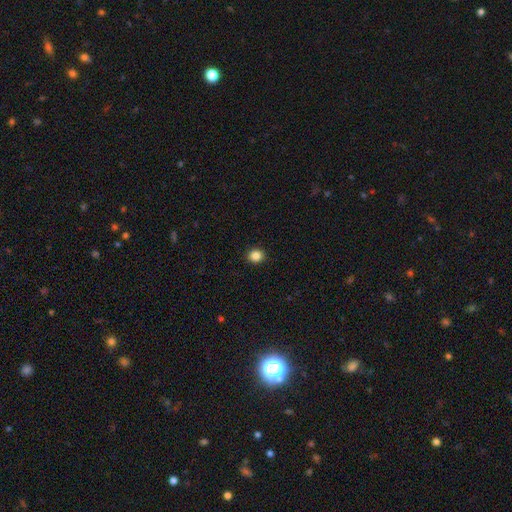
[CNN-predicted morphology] Smooth or featured? Predicted: smooth (p=0.86). How rounded? Predicted: round (p=0.80). Merging? Predicted: none (p=0.92).